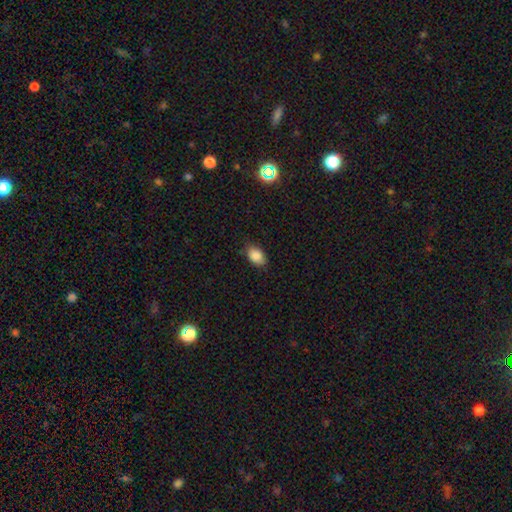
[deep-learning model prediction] A smooth galaxy with no disk features (87%) that is in between round and cigar-shaped (87%).

Vote fractions:
- Smooth or featured? smooth: 87% / star or artifact: 8% / featured or disk: 5%
- How rounded? in between: 87% / round: 11% / cigar-shaped: 1%
- Merging? none: 80% / minor disturbance: 16% / major disturbance: 3% / merger: 1%